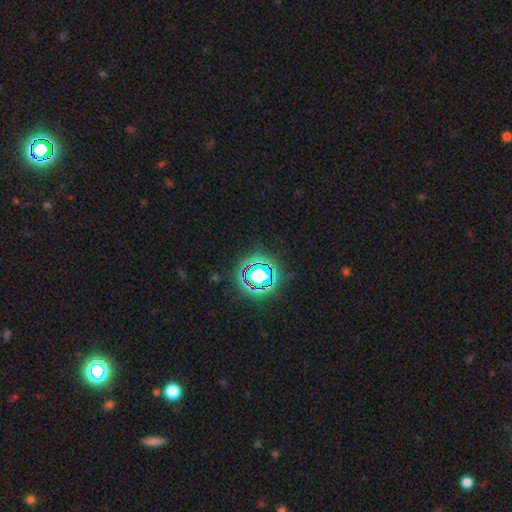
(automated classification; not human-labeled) Q: Smooth or featured?
A: star or artifact (77%); runner-up: smooth (14%)